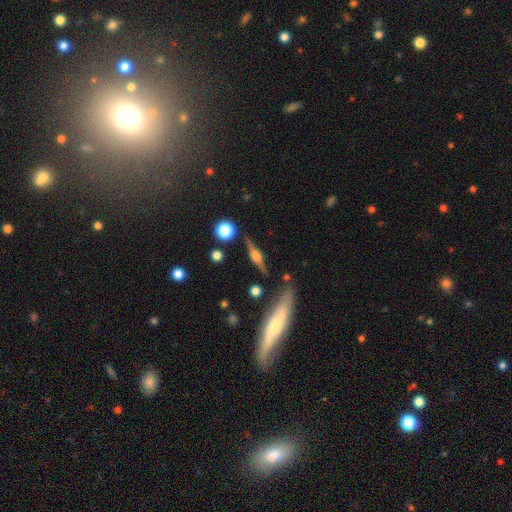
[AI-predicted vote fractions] Smooth or featured?
  - featured or disk: 77% *
  - smooth: 15%
  - star or artifact: 7%
Edge-on disk?
  - yes: 96% *
  - no: 4%
Edge-on bulge?
  - rounded: 89% *
  - boxy: 9%
  - none: 2%
Merging?
  - none: 83% *
  - minor disturbance: 11%
  - merger: 3%
  - major disturbance: 3%